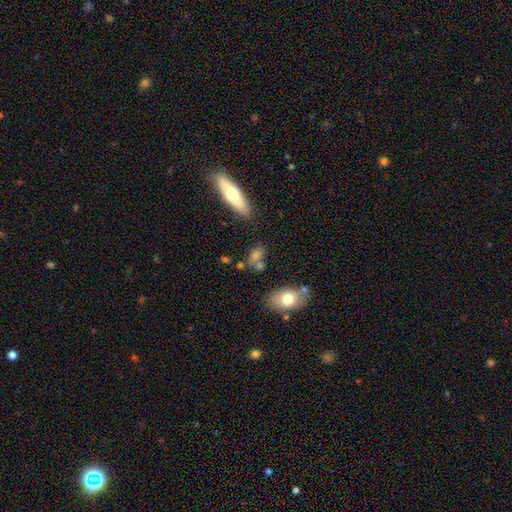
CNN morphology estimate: Smooth or featured?
  - smooth: 67% *
  - featured or disk: 20%
  - star or artifact: 13%
How rounded?
  - in between: 68% *
  - round: 19%
  - cigar-shaped: 14%
Merging?
  - none: 63% *
  - minor disturbance: 16%
  - merger: 14%
  - major disturbance: 6%